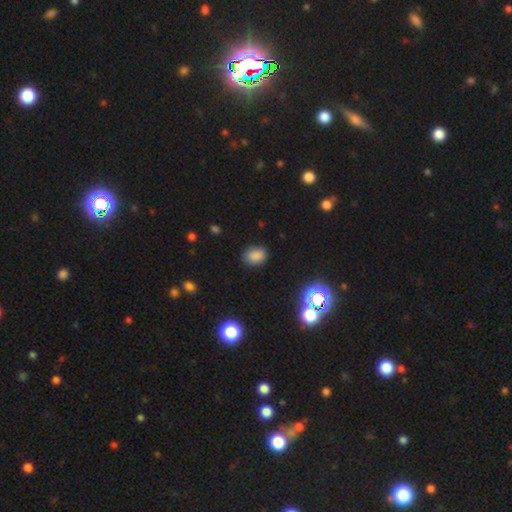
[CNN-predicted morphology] Q: Smooth or featured?
A: smooth (81%); runner-up: star or artifact (14%)
Q: How rounded?
A: in between (58%); runner-up: round (41%)
Q: Merging?
A: none (84%); runner-up: minor disturbance (11%)